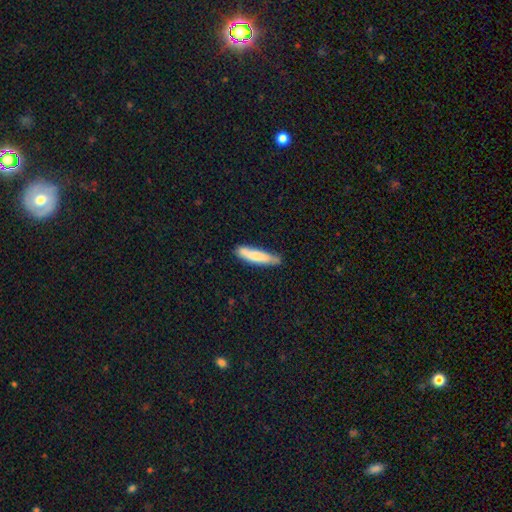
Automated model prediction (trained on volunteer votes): Q: Smooth or featured?
A: smooth (76%); runner-up: featured or disk (19%)
Q: How rounded?
A: cigar-shaped (81%); runner-up: in between (18%)
Q: Merging?
A: none (74%); runner-up: minor disturbance (21%)